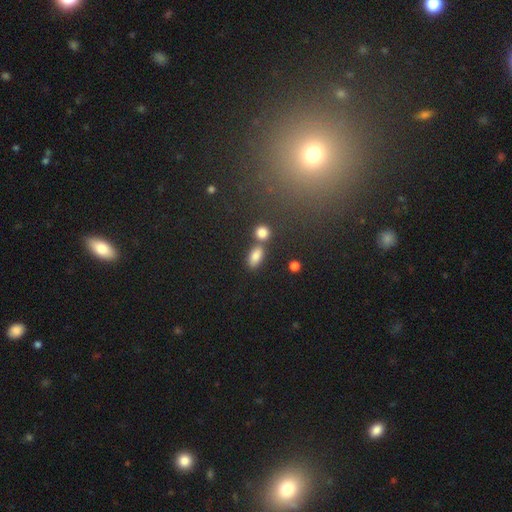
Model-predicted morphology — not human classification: type=smooth (82%); roundness=in between (86%); merging=none (64%).